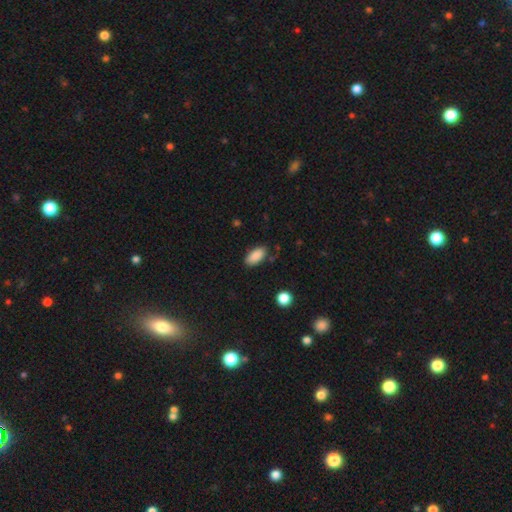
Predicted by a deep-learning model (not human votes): Smooth or featured: smooth — 88% (star or artifact — 7%)
How rounded: in between — 92% (cigar-shaped — 5%)
Merging: none — 81% (minor disturbance — 14%)